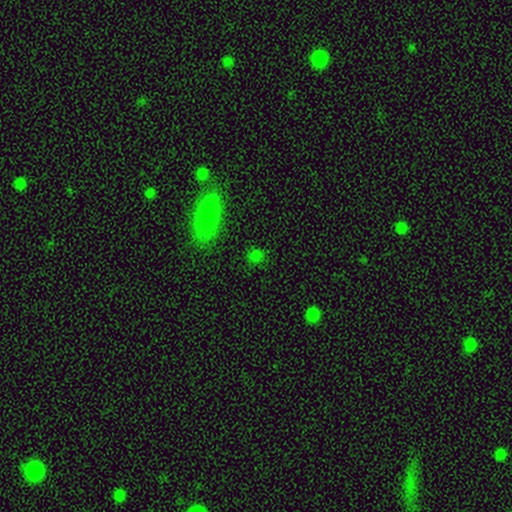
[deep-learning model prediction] Smooth or featured? smooth (71%)
How rounded? round (66%)
Merging? none (85%)